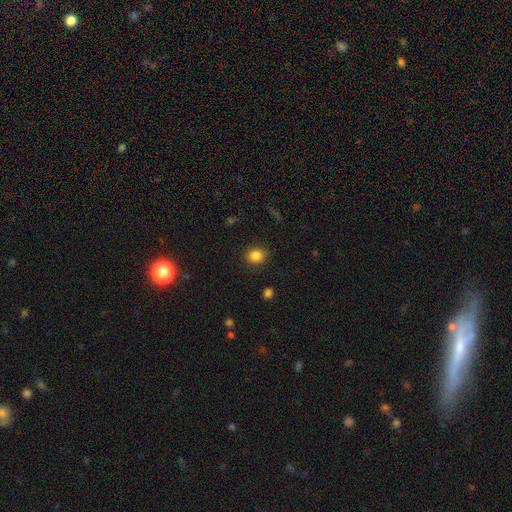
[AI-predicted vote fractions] A smooth galaxy with no disk features (85%) that is round (72%).

Vote fractions:
- Smooth or featured? smooth: 85% / star or artifact: 11% / featured or disk: 4%
- How rounded? round: 72% / in between: 27% / cigar-shaped: 1%
- Merging? none: 89% / minor disturbance: 8% / major disturbance: 3% / merger: 1%